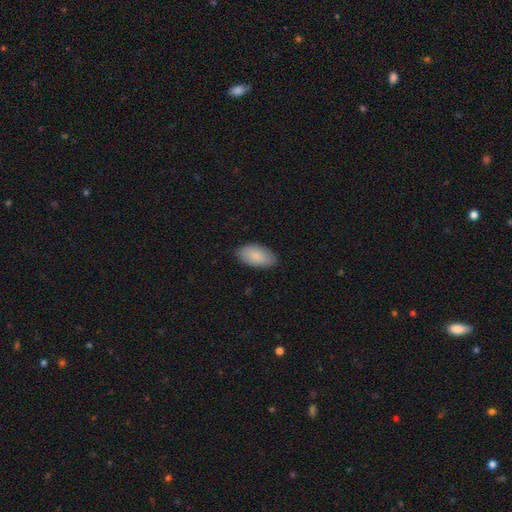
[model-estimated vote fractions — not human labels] Smooth or featured: smooth — 88% (featured or disk — 6%)
How rounded: in between — 95% (cigar-shaped — 3%)
Merging: none — 86% (minor disturbance — 11%)